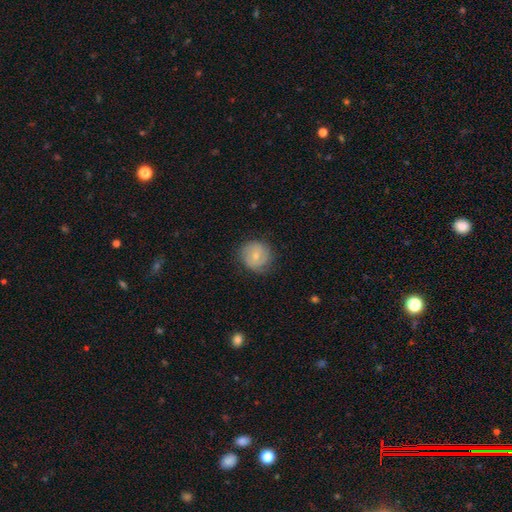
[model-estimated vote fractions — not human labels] smooth 53%, featured or disk 40%, star or artifact 7%. Down the decision tree: how rounded — round (89%); merging — none (75%).